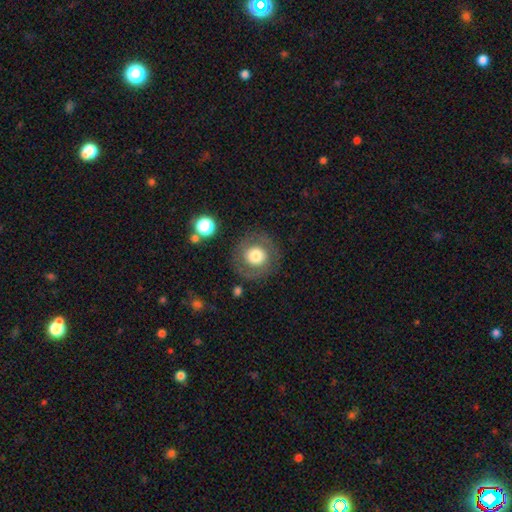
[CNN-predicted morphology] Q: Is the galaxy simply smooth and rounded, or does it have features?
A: smooth — 63%.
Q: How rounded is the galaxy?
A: round — 94%.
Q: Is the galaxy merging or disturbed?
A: none — 82%.